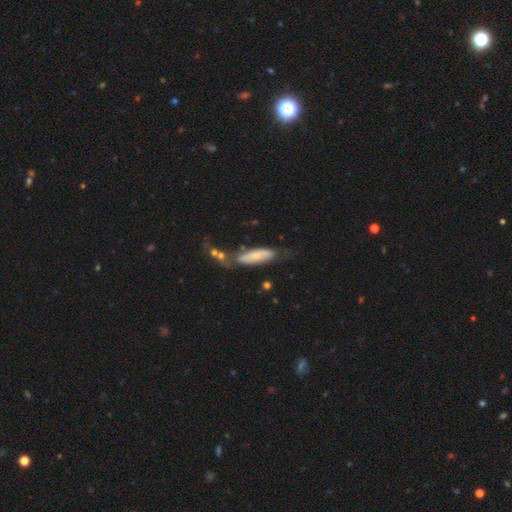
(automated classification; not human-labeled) Smooth or featured? Predicted: smooth (p=0.61). How rounded? Predicted: cigar-shaped (p=0.55). Merging? Predicted: none (p=0.50).